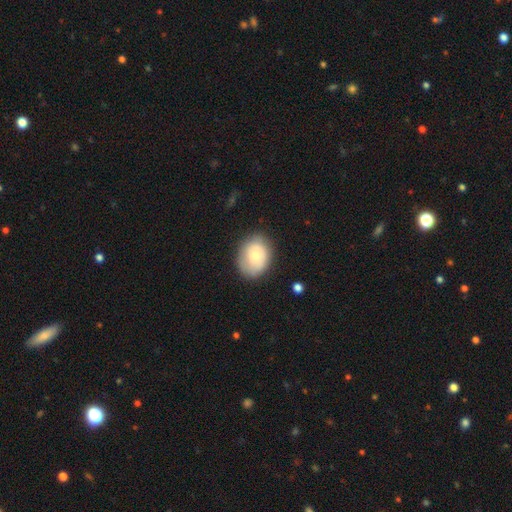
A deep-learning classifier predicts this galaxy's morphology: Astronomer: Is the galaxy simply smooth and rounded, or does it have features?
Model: smooth — 73%.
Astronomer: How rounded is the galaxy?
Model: in between — 60% (runner-up: round, 39%).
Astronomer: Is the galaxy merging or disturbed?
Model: none — 72%.